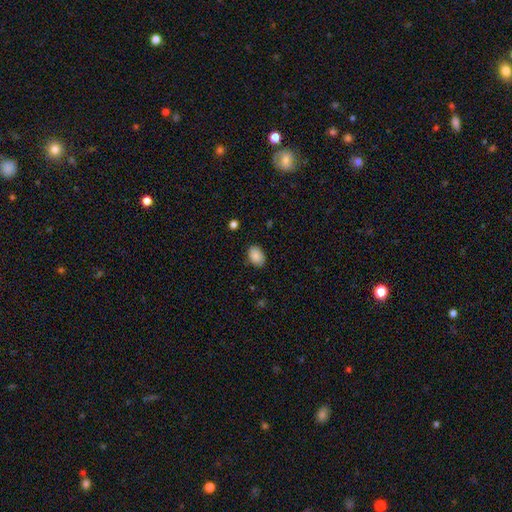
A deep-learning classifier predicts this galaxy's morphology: Smooth or featured? Predicted: smooth (p=0.87). How rounded? Predicted: in between (p=0.79). Merging? Predicted: none (p=0.82).